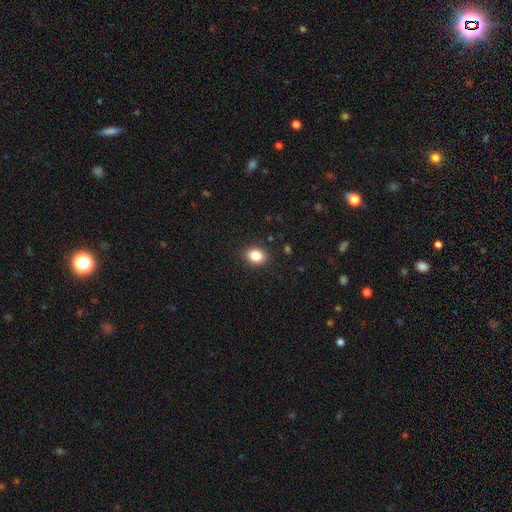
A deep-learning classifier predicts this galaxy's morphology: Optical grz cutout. It shows a smooth galaxy with no disk features (86%) that is in between round and cigar-shaped (64%). Merging: none (88%).